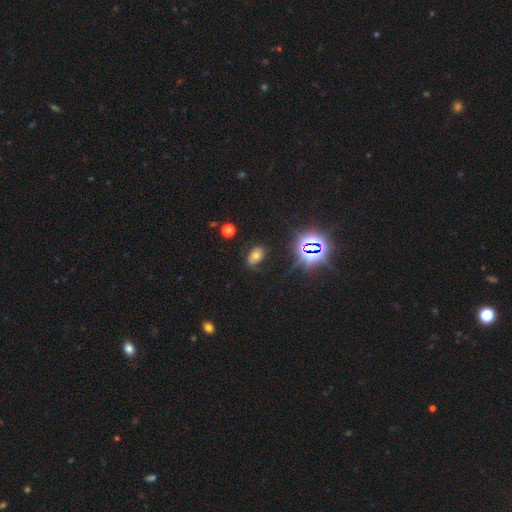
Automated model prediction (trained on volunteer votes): The model was most divided on "smooth or featured": smooth: 51%, star or artifact: 29%, featured or disk: 20%. More confident: how rounded — in between (82%); merging — none (76%).